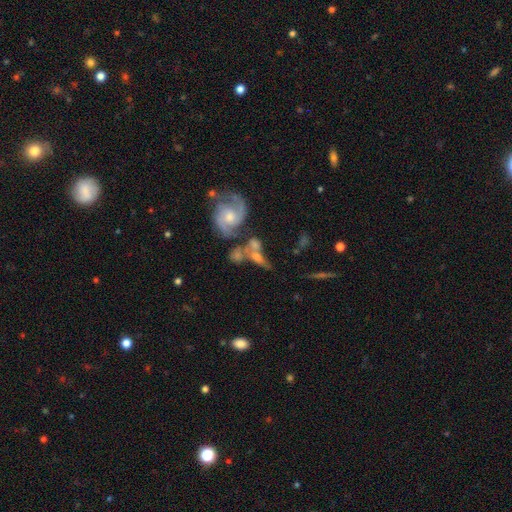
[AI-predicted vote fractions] Smooth or featured? Predicted: featured or disk (p=0.64). Edge-on disk? Predicted: no (p=0.86). Bar? Predicted: no (p=0.59). Spiral arms? Predicted: yes (p=0.80). Bulge size? Predicted: moderate (p=0.50). Merging? Predicted: merger (p=0.37).